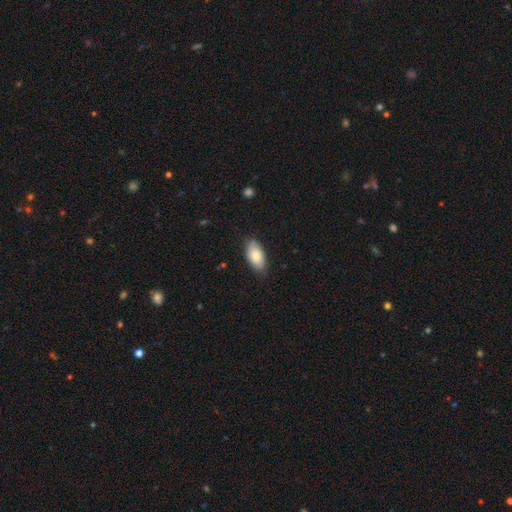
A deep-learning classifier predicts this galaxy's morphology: type=smooth (76%); roundness=in between (94%); merging=none (77%).